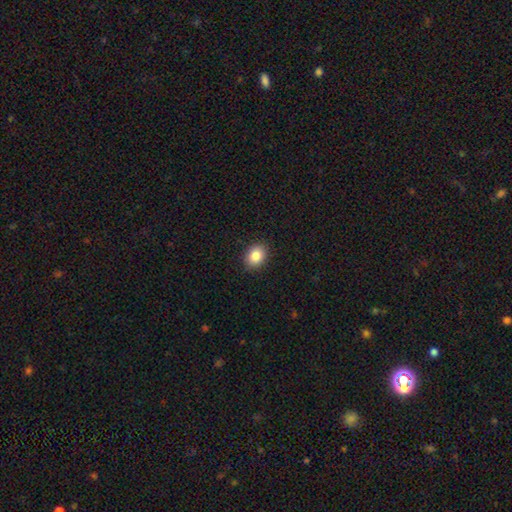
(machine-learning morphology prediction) This is clearly a smooth galaxy (86%). How rounded: possibly in between (58%). Merging: clearly none (89%).